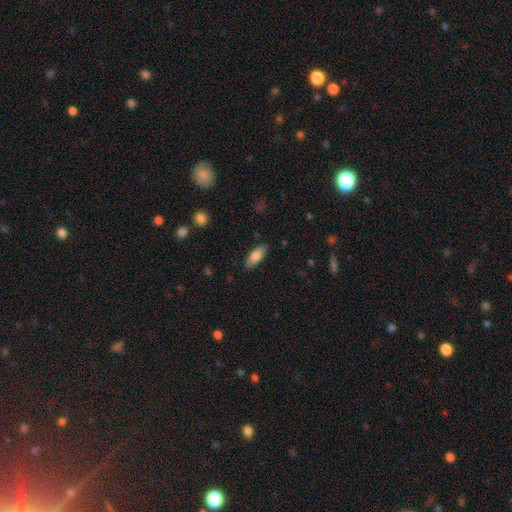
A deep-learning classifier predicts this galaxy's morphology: This is likely a smooth galaxy (78%). How rounded: likely in between (69%). Merging: clearly none (86%).